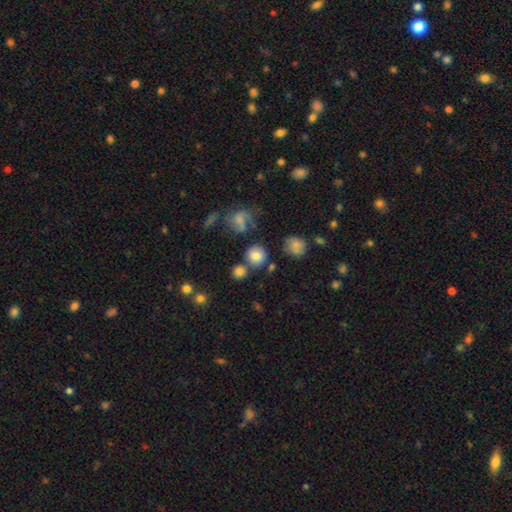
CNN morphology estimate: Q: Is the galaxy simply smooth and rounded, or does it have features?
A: smooth — 80%.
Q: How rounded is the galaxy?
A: round — 87%.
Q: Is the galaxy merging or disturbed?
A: none — 71%.